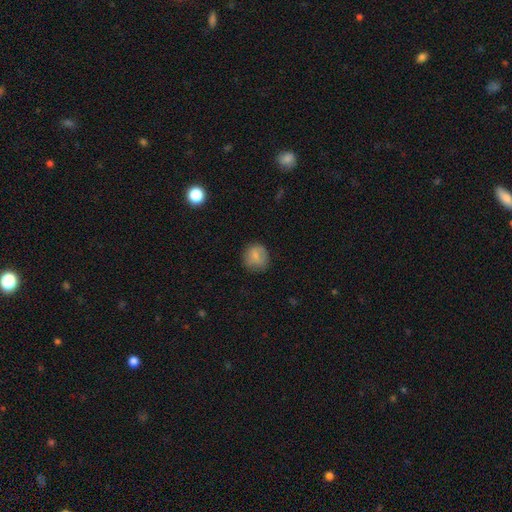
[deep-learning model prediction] A smooth galaxy with no disk features (77%) that is round (84%).

Vote fractions:
- Smooth or featured? smooth: 77% / featured or disk: 14% / star or artifact: 9%
- How rounded? round: 84% / in between: 15% / cigar-shaped: 1%
- Merging? none: 74% / minor disturbance: 19% / major disturbance: 5% / merger: 1%